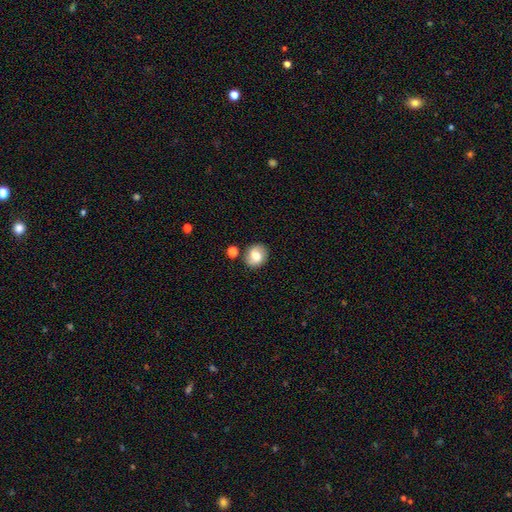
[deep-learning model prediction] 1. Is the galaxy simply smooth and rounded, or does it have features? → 71% smooth, 20% featured or disk, 9% star or artifact.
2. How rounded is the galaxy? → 65% round, 34% in between, 1% cigar-shaped.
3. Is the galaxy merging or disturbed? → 79% none, 12% minor disturbance, 6% merger, 3% major disturbance.